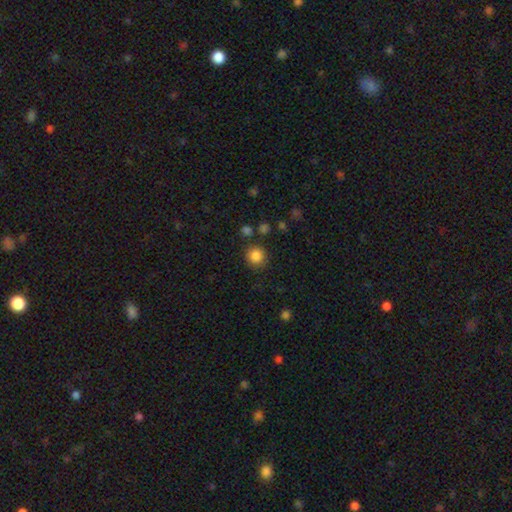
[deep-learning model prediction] Overall: smooth (85%). How rounded: round (92%). Merging: none (86%).